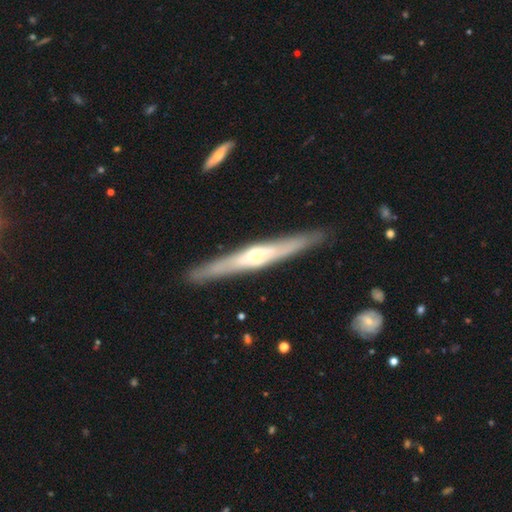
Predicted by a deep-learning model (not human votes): Overall: featured or disk (74%). Edge-on disk: yes (94%). Edge-on bulge: rounded (76%). Merging: none (89%).